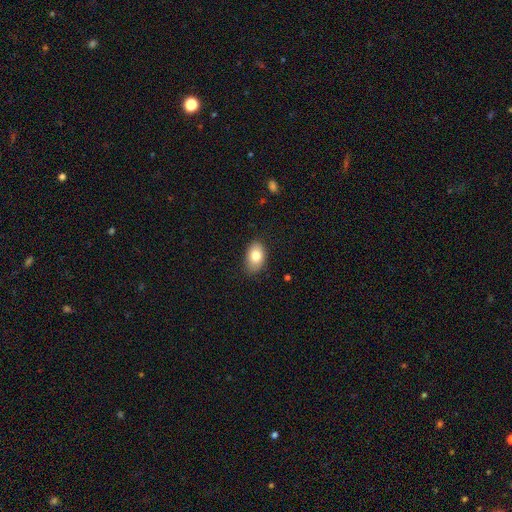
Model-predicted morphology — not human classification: Smooth or featured: smooth — 81% (featured or disk — 12%)
How rounded: in between — 89% (round — 10%)
Merging: none — 81% (minor disturbance — 15%)